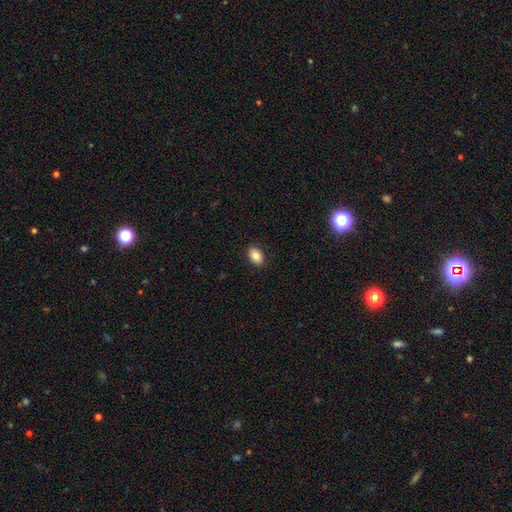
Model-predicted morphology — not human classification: Smooth or featured?
  - smooth: 83% *
  - featured or disk: 9%
  - star or artifact: 8%
How rounded?
  - in between: 87% *
  - round: 12%
  - cigar-shaped: 1%
Merging?
  - none: 90% *
  - minor disturbance: 7%
  - major disturbance: 2%
  - merger: 1%